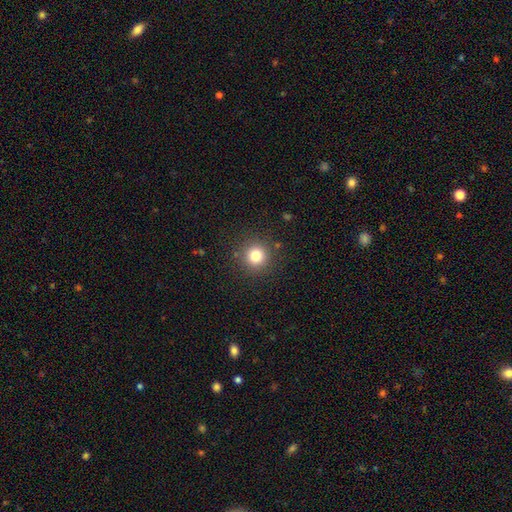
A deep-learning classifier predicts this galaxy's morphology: This is clearly a smooth galaxy (80%). How rounded: clearly round (94%). Merging: clearly none (89%).